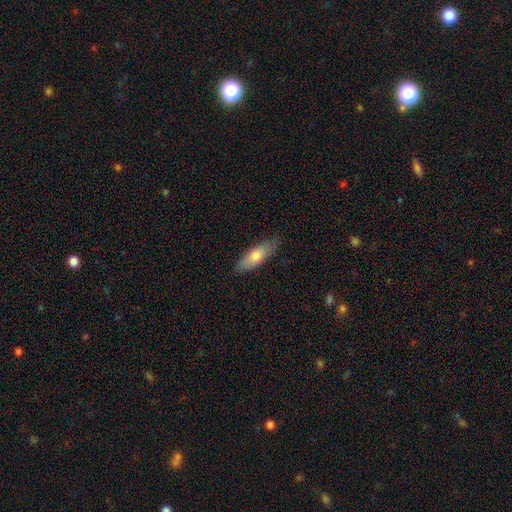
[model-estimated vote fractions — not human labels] This appears to be a smooth galaxy with no disk features (68%) that is in between round and cigar-shaped (56%). Merging: none (83%).